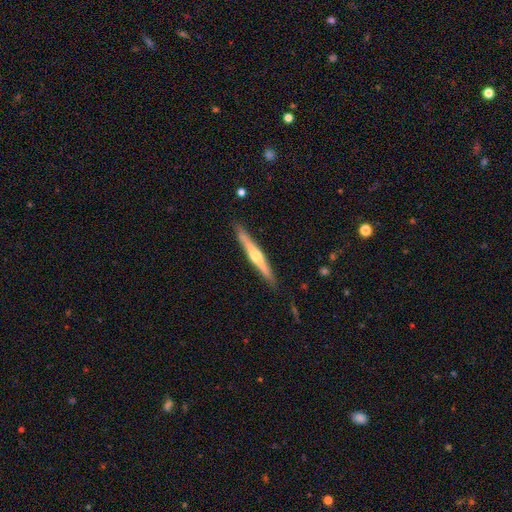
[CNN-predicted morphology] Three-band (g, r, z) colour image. It shows a featured or disk galaxy (67%) viewed edge-on (98%) with a rounded central bulge (86%). Merging: none (89%).